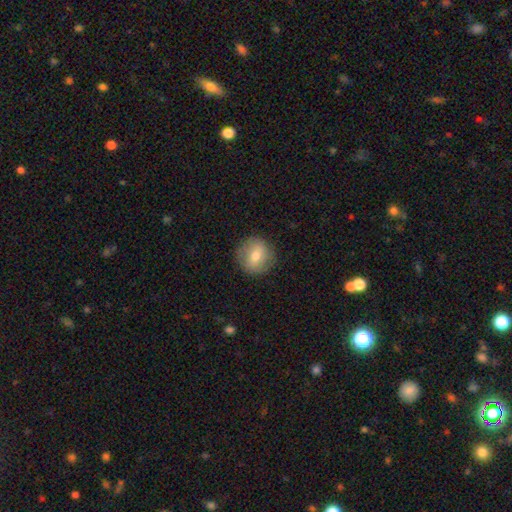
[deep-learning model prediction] Smooth or featured: smooth — 67% (featured or disk — 25%)
How rounded: round — 87% (in between — 12%)
Merging: none — 86% (minor disturbance — 10%)